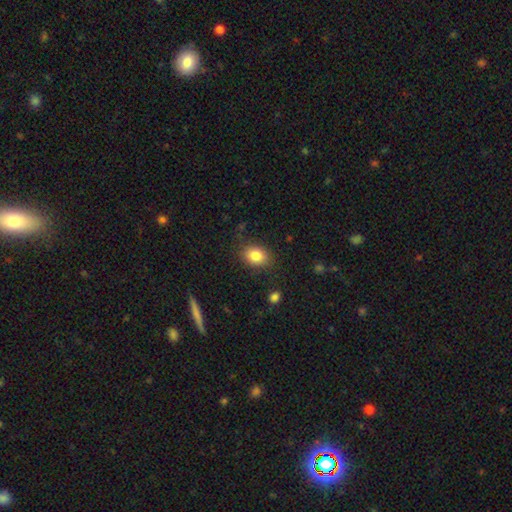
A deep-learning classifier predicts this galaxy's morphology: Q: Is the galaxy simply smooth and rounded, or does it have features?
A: smooth — 84%.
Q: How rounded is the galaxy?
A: in between — 61%.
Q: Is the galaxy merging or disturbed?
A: none — 83%.